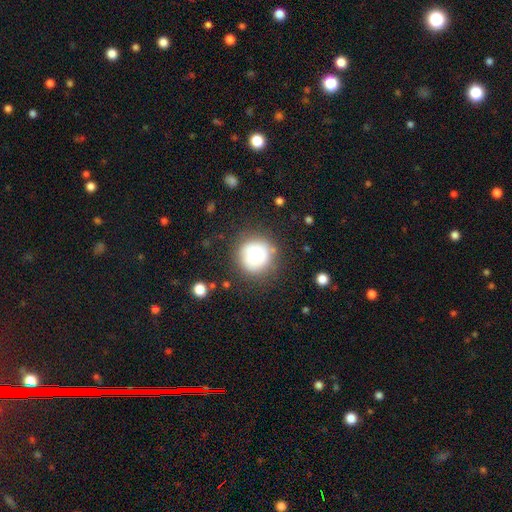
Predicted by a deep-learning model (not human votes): Q: Smooth or featured?
A: smooth (69%); runner-up: featured or disk (21%)
Q: How rounded?
A: round (93%); runner-up: in between (6%)
Q: Merging?
A: none (77%); runner-up: minor disturbance (15%)